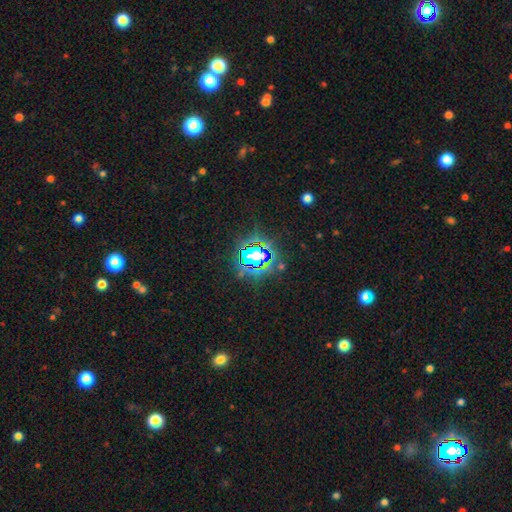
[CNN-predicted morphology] Q: Smooth or featured?
A: star or artifact (69%); runner-up: smooth (18%)